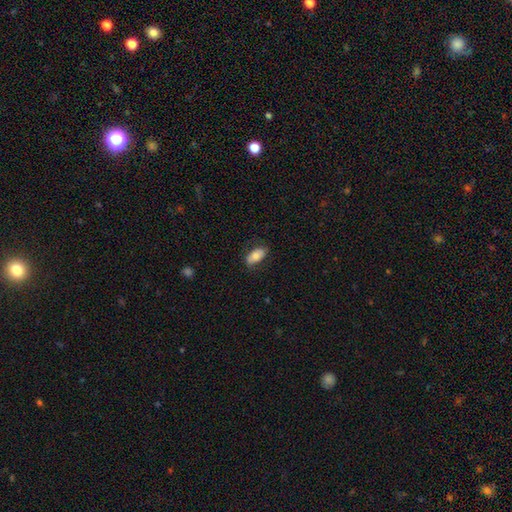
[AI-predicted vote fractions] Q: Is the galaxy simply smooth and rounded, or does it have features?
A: smooth — 73%.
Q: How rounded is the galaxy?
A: in between — 91%.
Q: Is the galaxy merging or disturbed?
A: none — 78%.